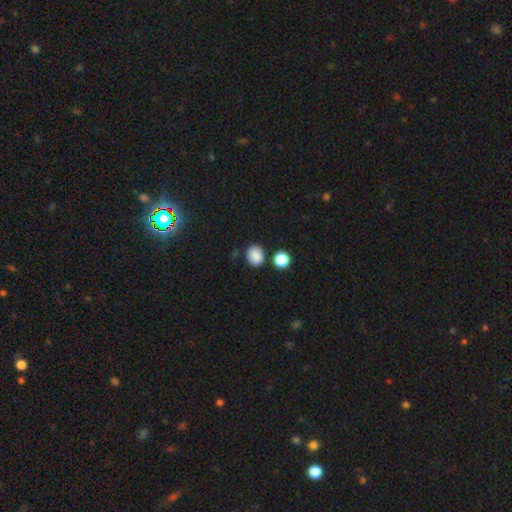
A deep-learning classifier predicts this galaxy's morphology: The model was most divided on "how rounded": round: 58%, in between: 41%, cigar-shaped: 1%. More confident: smooth or featured — smooth (86%); merging — none (78%).